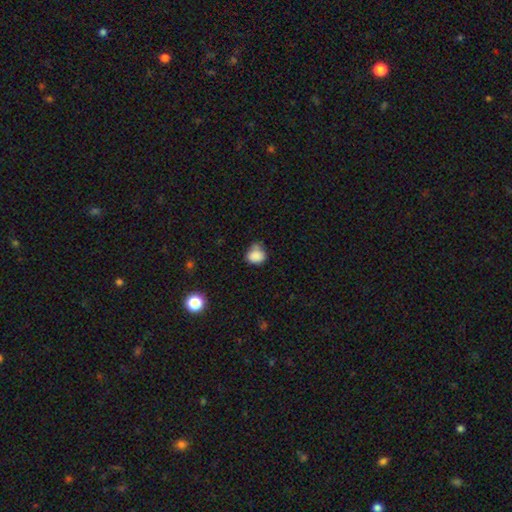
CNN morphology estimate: type=smooth (84%); roundness=round (60%); merging=none (49%).